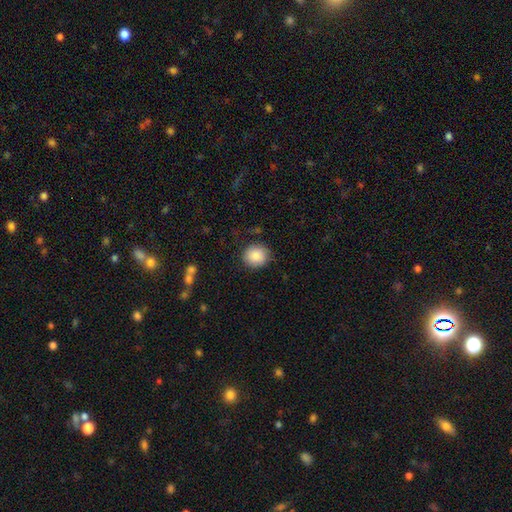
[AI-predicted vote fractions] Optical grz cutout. It shows a smooth galaxy with no disk features (88%) that is round (86%). Merging: none (84%).